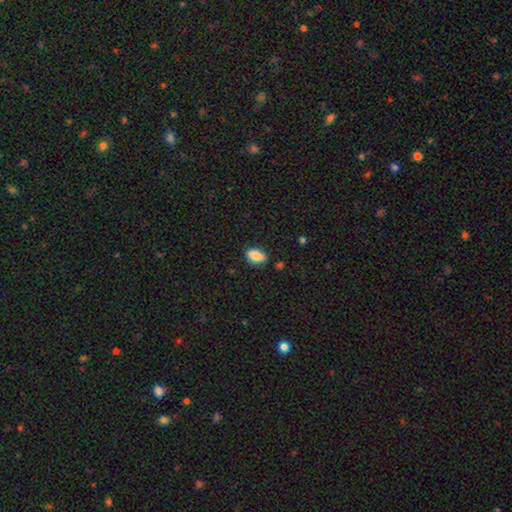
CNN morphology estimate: Smooth or featured: smooth — 85% (star or artifact — 8%)
How rounded: in between — 90% (round — 6%)
Merging: none — 83% (minor disturbance — 13%)